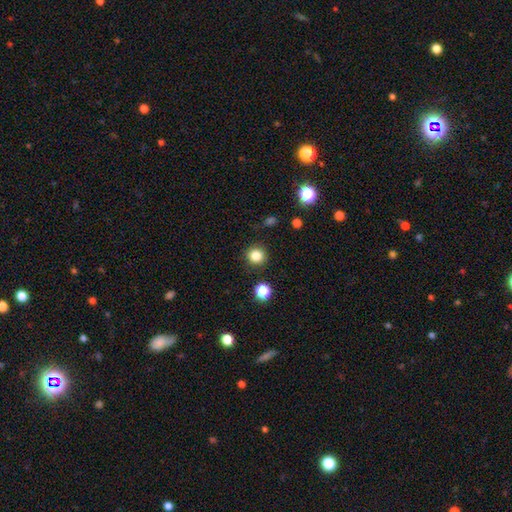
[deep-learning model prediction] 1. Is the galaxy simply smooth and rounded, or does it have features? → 83% smooth, 12% star or artifact, 5% featured or disk.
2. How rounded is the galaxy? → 92% round, 7% in between, 1% cigar-shaped.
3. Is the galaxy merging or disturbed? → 89% none, 7% minor disturbance, 2% major disturbance, 2% merger.